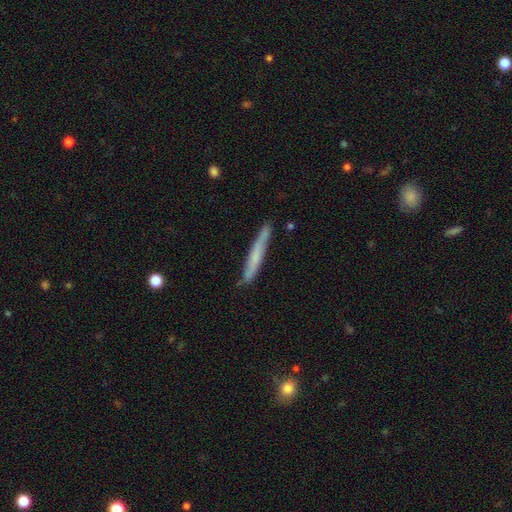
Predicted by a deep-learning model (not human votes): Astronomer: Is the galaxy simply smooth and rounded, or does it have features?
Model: smooth — 51% (runner-up: featured or disk, 43%).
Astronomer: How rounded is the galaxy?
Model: cigar-shaped — 96%.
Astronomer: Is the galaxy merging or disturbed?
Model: none — 80%.